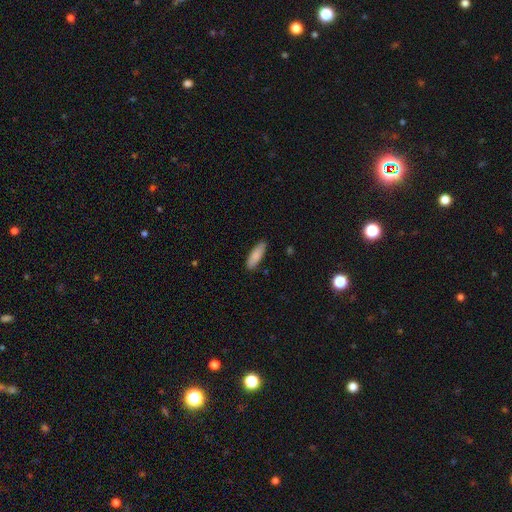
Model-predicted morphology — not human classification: Smooth or featured? smooth (86%)
How rounded? in between (55%)
Merging? none (87%)